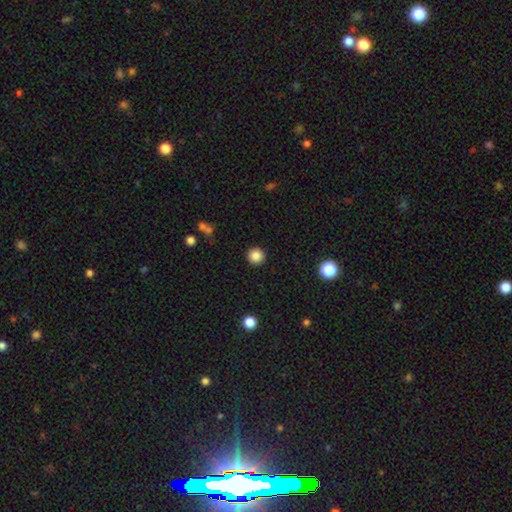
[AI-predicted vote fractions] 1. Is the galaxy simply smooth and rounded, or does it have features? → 86% smooth, 10% star or artifact, 4% featured or disk.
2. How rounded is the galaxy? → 95% round, 4% in between, 1% cigar-shaped.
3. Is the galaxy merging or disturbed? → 92% none, 5% minor disturbance, 2% major disturbance, 1% merger.